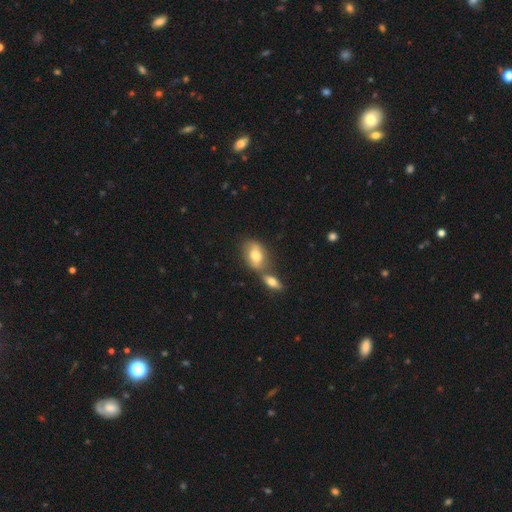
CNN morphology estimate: smooth 70%, featured or disk 23%, star or artifact 7%. Down the decision tree: how rounded — in between (85%); merging — none (46%).